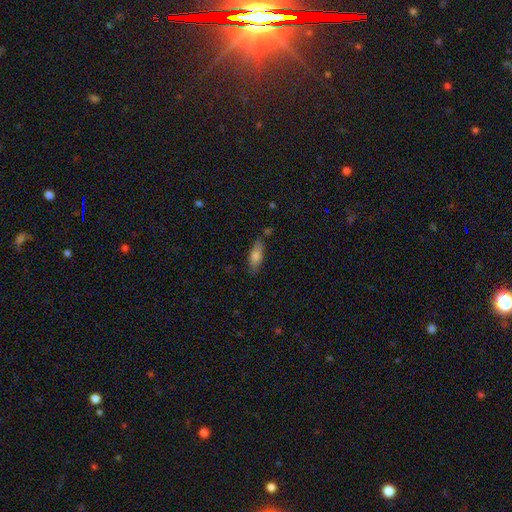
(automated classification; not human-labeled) A smooth galaxy with no disk features (76%) that is in between round and cigar-shaped (66%).

Vote fractions:
- Smooth or featured? smooth: 76% / featured or disk: 17% / star or artifact: 7%
- How rounded? in between: 66% / cigar-shaped: 32% / round: 2%
- Merging? none: 75% / minor disturbance: 17% / merger: 4% / major disturbance: 4%